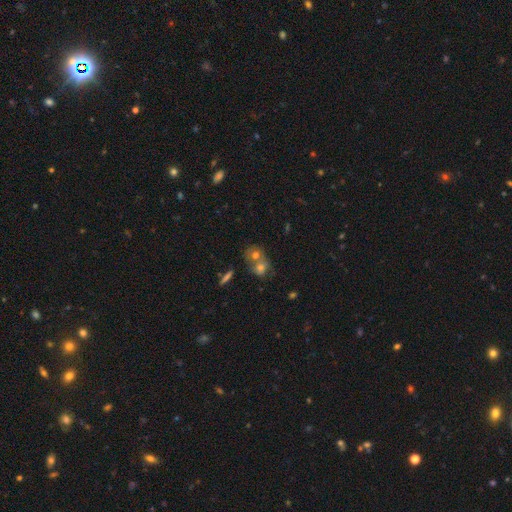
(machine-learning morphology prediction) smooth-or-featured: smooth: 58% | featured or disk: 25% | star or artifact: 17%
  how-rounded: round: 65% | in between: 33% | cigar-shaped: 2%
  merging: merger: 57% | none: 32% | minor disturbance: 7% | major disturbance: 4%